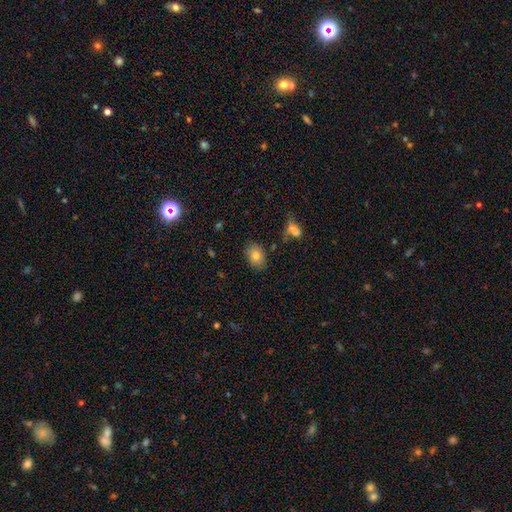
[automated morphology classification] The model was most divided on "how rounded": in between: 71%, round: 28%, cigar-shaped: 1%. More confident: merging — none (82%); smooth or featured — smooth (78%).